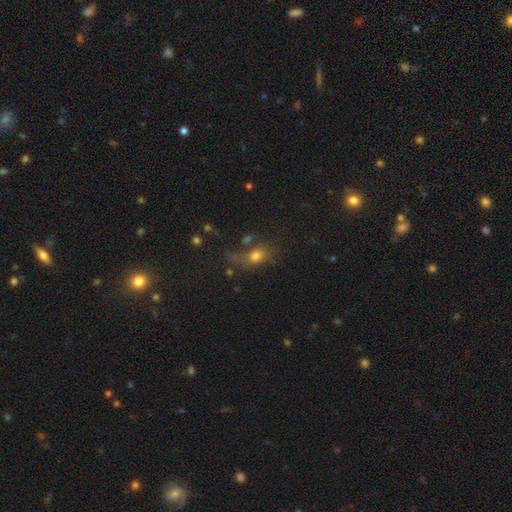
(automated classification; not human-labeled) smooth-or-featured: smooth: 69% | star or artifact: 17% | featured or disk: 14%
  how-rounded: in between: 63% | round: 32% | cigar-shaped: 5%
  merging: none: 44% | major disturbance: 23% | minor disturbance: 19% | merger: 15%